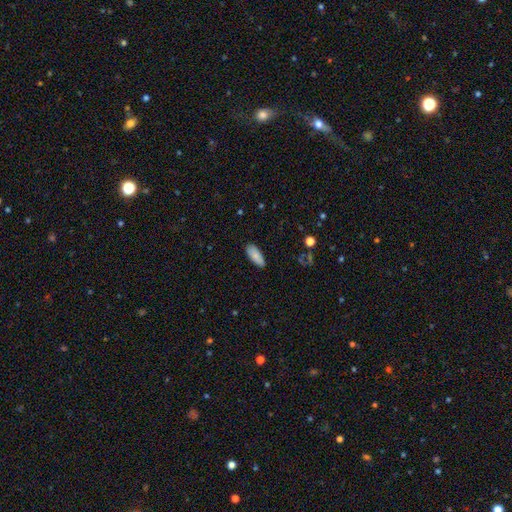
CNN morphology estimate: type=smooth (85%); roundness=in between (82%); merging=none (86%).